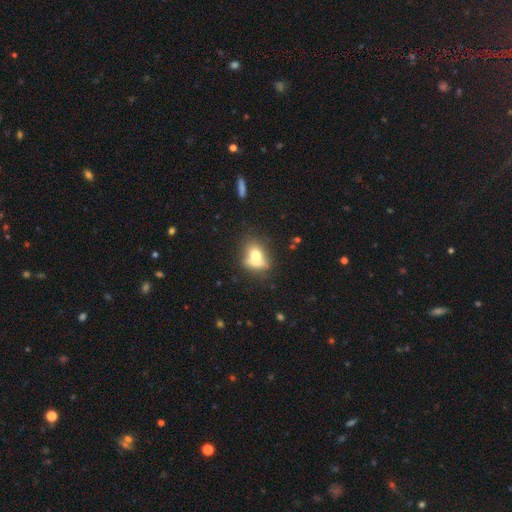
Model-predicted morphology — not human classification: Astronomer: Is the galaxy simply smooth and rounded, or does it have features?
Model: smooth — 66%.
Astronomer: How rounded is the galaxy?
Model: in between — 56% (runner-up: round, 42%).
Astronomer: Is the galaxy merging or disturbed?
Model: none — 38% (runner-up: merger, 29%).